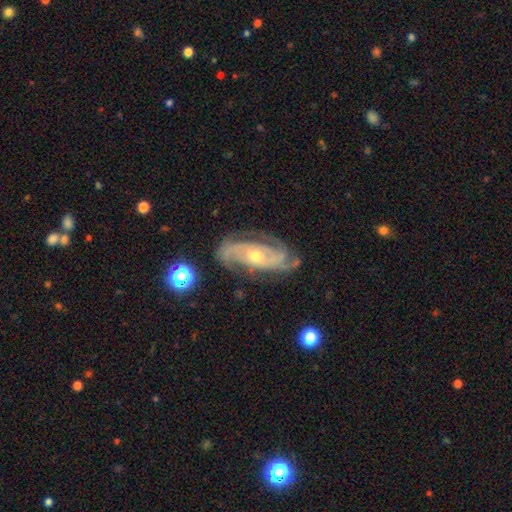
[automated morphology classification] The model was most divided on "spiral arm count" (2-way tie): 2: 31%, 3: 31%, can't tell: 17%, 4: 12%, more than 4: 5%, 1: 5%. Remaining: spiral arms — yes (97%); edge-on disk — no (93%); smooth or featured — featured or disk (88%); merging — none (74%); bar — no (65%); spiral winding — tight (55%); bulge size — moderate (50%).